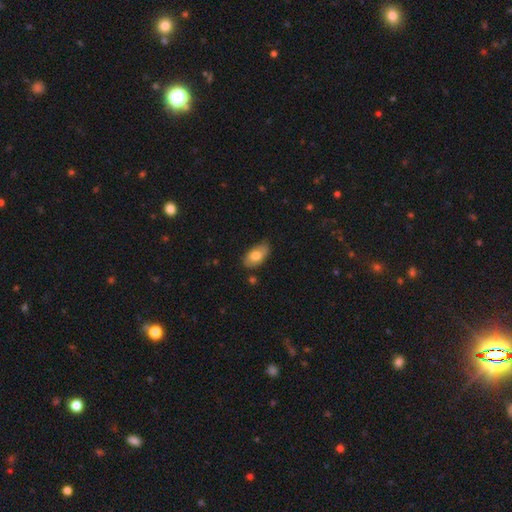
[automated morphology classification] This appears to be a smooth galaxy with no disk features (75%) that is in between round and cigar-shaped (94%). Merging: none (76%).